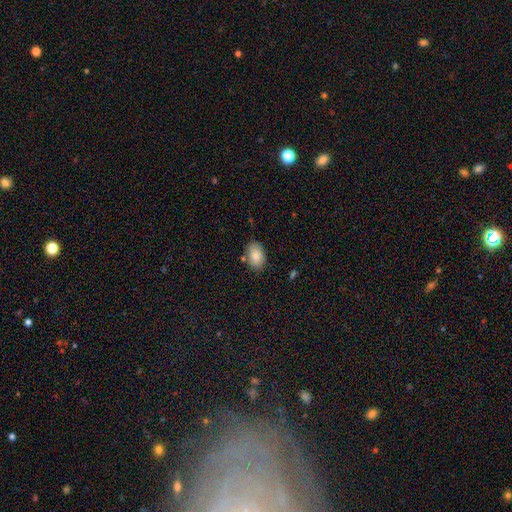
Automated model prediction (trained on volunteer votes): Smooth or featured: smooth — 86% (featured or disk — 7%)
How rounded: in between — 87% (round — 12%)
Merging: none — 79% (minor disturbance — 14%)